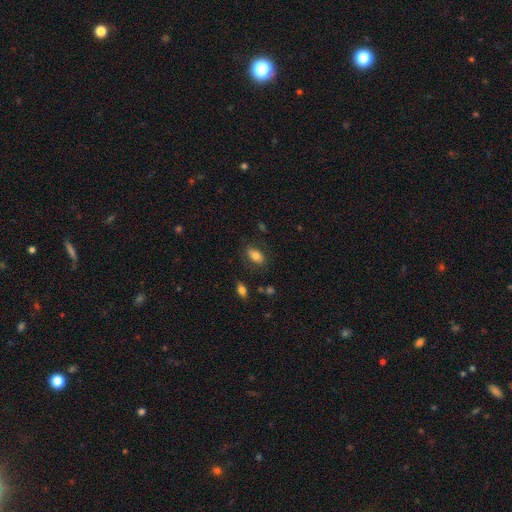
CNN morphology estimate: Overall: smooth (76%). How rounded: in between (89%). Merging: none (80%).